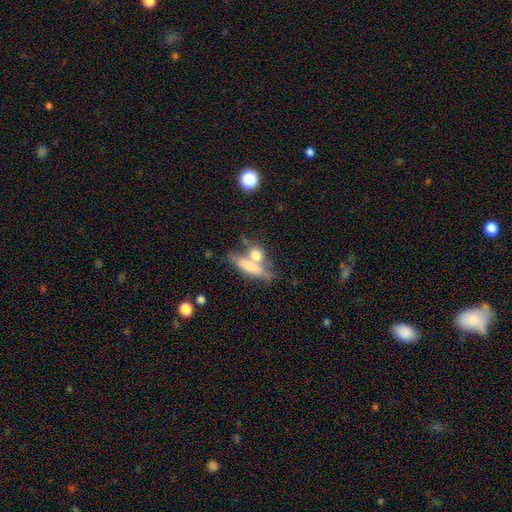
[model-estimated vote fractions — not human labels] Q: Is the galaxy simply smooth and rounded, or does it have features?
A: smooth — 68%.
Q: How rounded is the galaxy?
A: in between — 43%.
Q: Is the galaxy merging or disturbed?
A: merger — 46%.